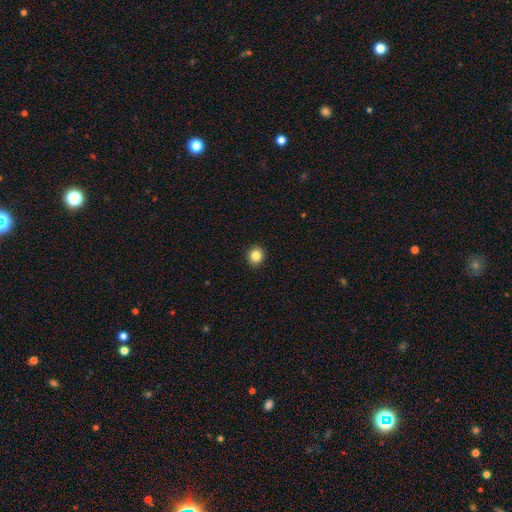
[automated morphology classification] Smooth or featured: smooth — 85% (star or artifact — 10%)
How rounded: round — 84% (in between — 16%)
Merging: none — 92% (minor disturbance — 5%)